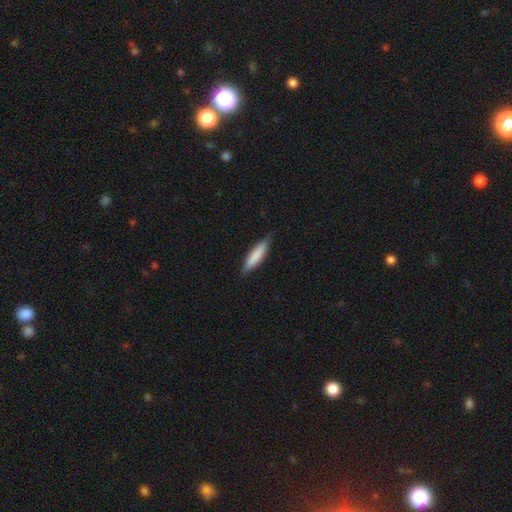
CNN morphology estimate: A smooth galaxy with no disk features (80%) that is cigar-shaped (73%). Merging: none (82%).